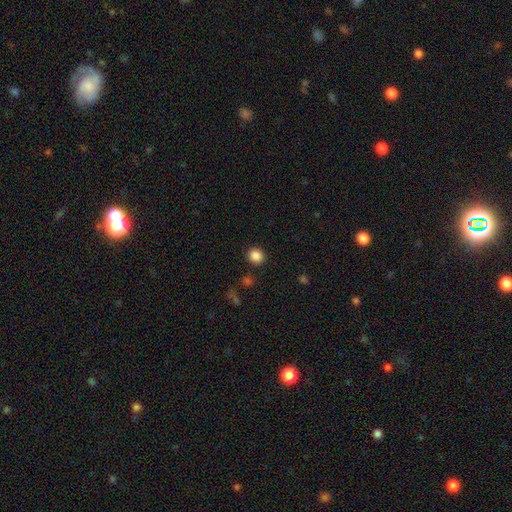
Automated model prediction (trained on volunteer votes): The model was most divided on "how rounded": round: 80%, in between: 19%, cigar-shaped: 1%. More confident: merging — none (89%); smooth or featured — smooth (86%).